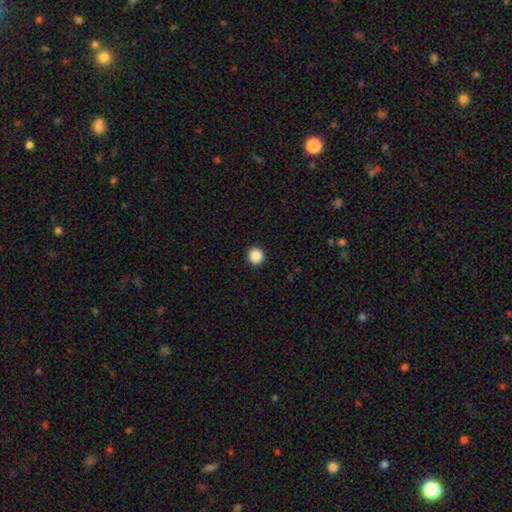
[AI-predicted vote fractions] smooth 88%, star or artifact 10%, featured or disk 3%. Down the decision tree: how rounded — round (93%); merging — none (93%).